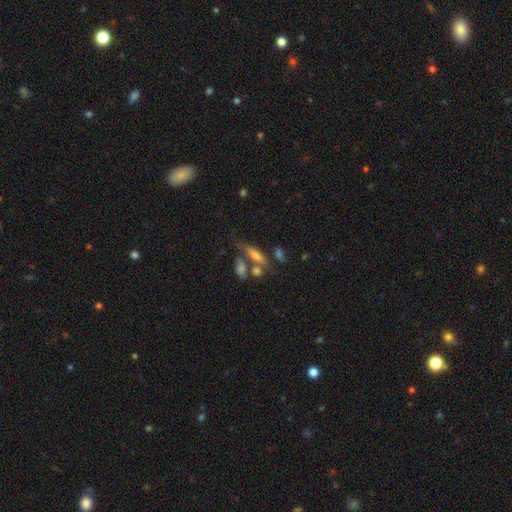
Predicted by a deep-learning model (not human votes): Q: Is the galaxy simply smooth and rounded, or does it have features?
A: smooth — 56%.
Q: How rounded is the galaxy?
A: in between — 50%.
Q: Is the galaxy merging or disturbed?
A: none — 43%.